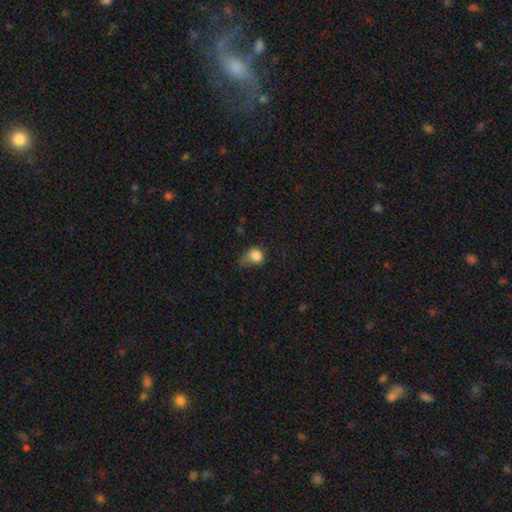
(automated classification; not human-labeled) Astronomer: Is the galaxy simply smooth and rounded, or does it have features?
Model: smooth — 83%.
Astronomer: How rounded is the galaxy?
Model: round — 64%.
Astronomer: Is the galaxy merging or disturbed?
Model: minor disturbance — 38% (runner-up: none, 31%).